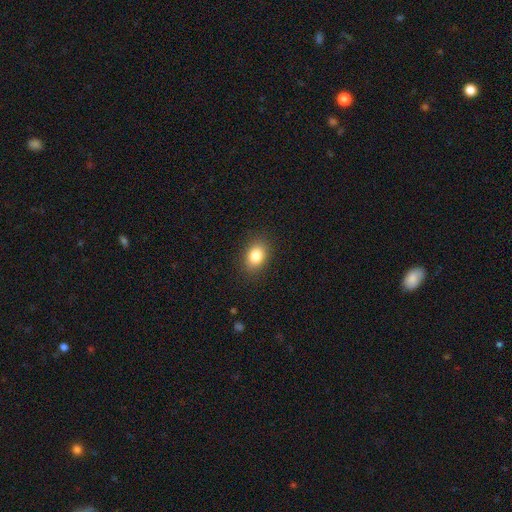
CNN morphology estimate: type=smooth (84%); roundness=in between (74%); merging=none (88%).